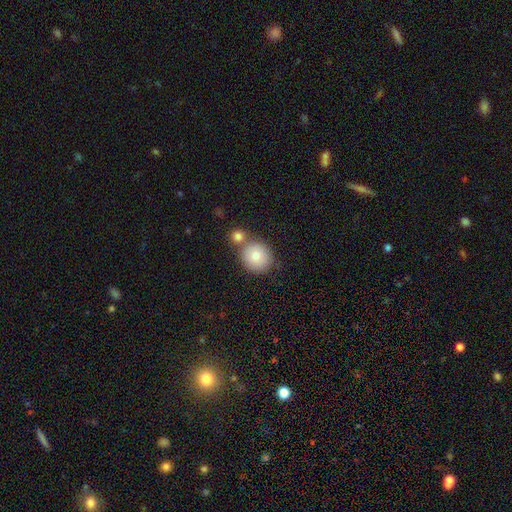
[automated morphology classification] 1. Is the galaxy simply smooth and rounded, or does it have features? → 78% smooth, 12% featured or disk, 10% star or artifact.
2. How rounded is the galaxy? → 87% round, 12% in between, 1% cigar-shaped.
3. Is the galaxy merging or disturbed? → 59% none, 28% merger, 10% minor disturbance, 3% major disturbance.